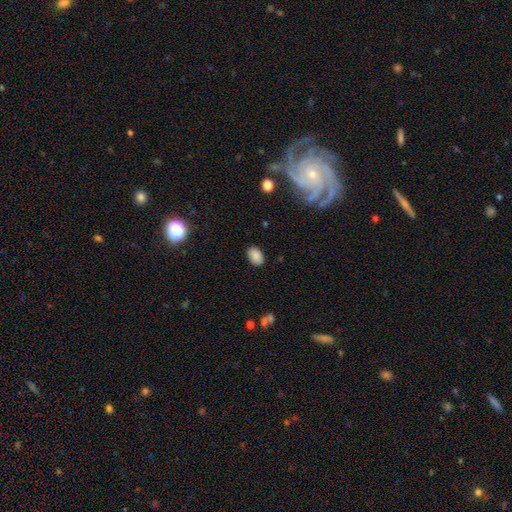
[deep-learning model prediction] The model was most divided on "merging": none: 86%, minor disturbance: 10%, major disturbance: 2%, merger: 1%. More confident: how rounded — in between (88%); smooth or featured — smooth (87%).